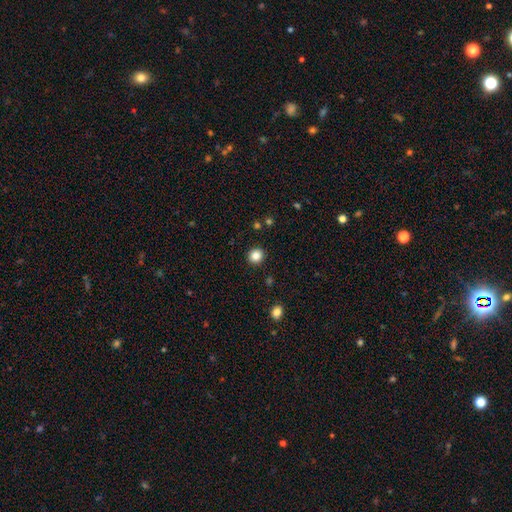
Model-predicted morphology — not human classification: Smooth or featured: smooth — 85% (star or artifact — 11%)
How rounded: round — 87% (in between — 12%)
Merging: none — 92% (minor disturbance — 5%)